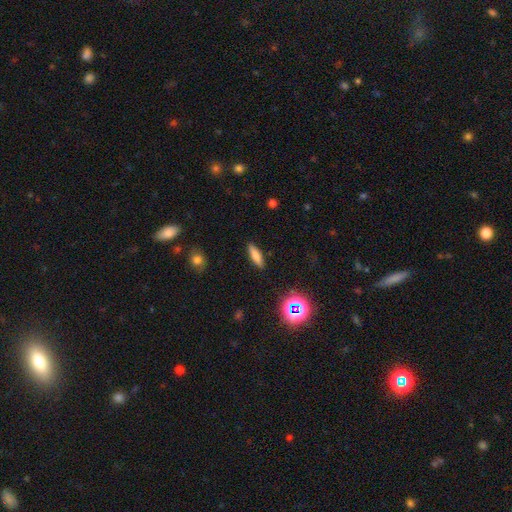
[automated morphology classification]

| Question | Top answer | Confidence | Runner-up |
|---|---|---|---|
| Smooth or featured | smooth | 74% | featured or disk (14%) |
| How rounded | cigar-shaped | 60% | in between (37%) |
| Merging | none | 89% | minor disturbance (8%) |